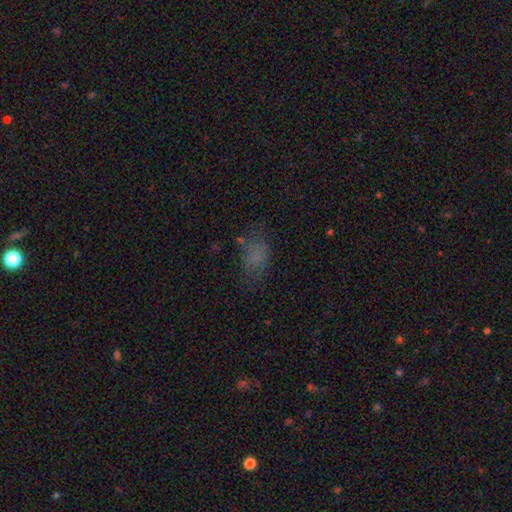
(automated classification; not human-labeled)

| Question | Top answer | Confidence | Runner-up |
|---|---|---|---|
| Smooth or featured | smooth | 68% | star or artifact (18%) |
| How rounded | in between | 85% | round (11%) |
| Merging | none | 60% | minor disturbance (22%) |